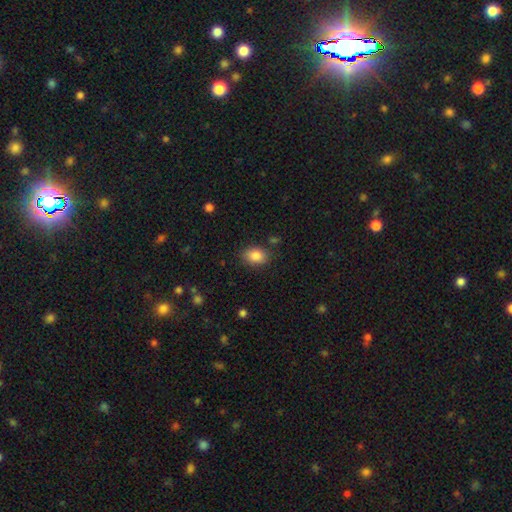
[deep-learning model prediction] A smooth galaxy with no disk features (85%) that is in between round and cigar-shaped (76%).

Vote fractions:
- Smooth or featured? smooth: 85% / star or artifact: 9% / featured or disk: 6%
- How rounded? in between: 76% / round: 22% / cigar-shaped: 1%
- Merging? none: 83% / minor disturbance: 12% / major disturbance: 3% / merger: 2%